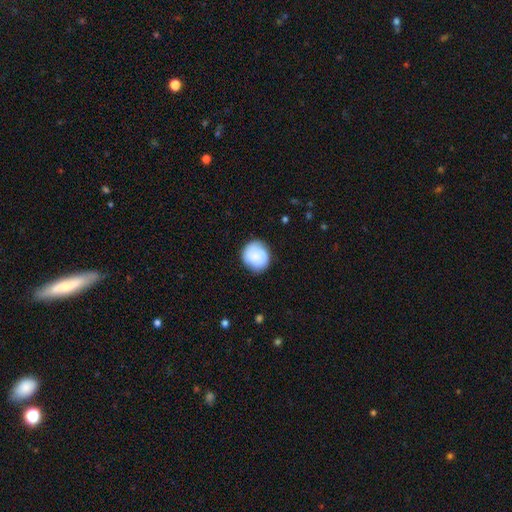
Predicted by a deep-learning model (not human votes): A smooth galaxy with no disk features (85%) that is round (82%).

Vote fractions:
- Smooth or featured? smooth: 85% / featured or disk: 9% / star or artifact: 7%
- How rounded? round: 82% / in between: 17% / cigar-shaped: 1%
- Merging? none: 79% / minor disturbance: 16% / major disturbance: 3% / merger: 1%